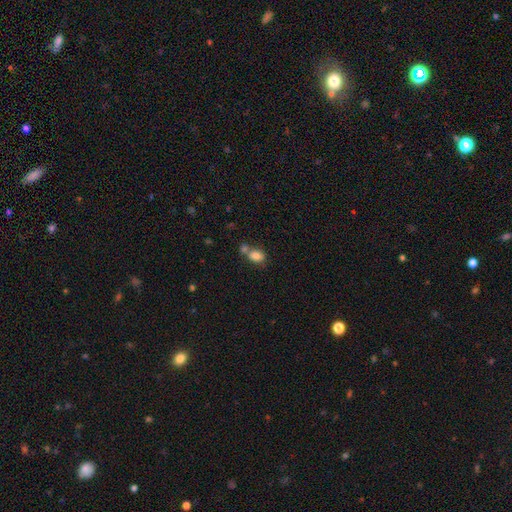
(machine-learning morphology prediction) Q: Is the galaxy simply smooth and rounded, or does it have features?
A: smooth — 82%.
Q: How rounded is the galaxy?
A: in between — 79%.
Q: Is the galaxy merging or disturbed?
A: merger — 45%.